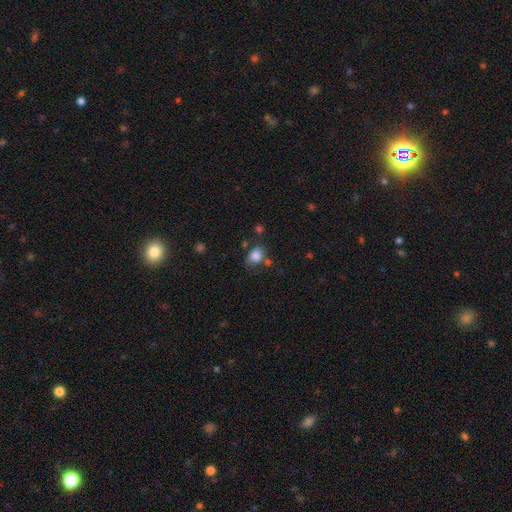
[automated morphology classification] The model was most divided on "how rounded": in between: 58%, round: 41%, cigar-shaped: 1%. More confident: smooth or featured — smooth (82%); merging — none (62%).